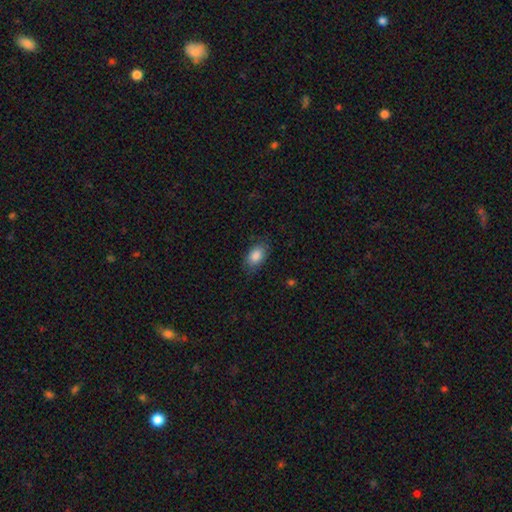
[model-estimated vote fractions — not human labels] Q: Smooth or featured?
A: smooth (86%); runner-up: featured or disk (7%)
Q: How rounded?
A: in between (89%); runner-up: round (9%)
Q: Merging?
A: none (78%); runner-up: minor disturbance (17%)